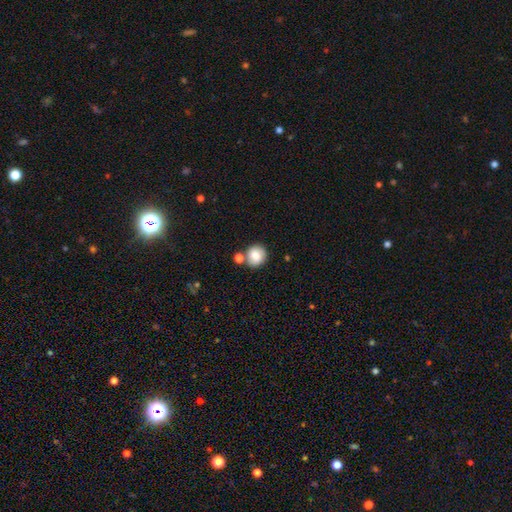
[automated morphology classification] Q: Smooth or featured?
A: smooth (81%); runner-up: featured or disk (10%)
Q: How rounded?
A: round (86%); runner-up: in between (13%)
Q: Merging?
A: none (67%); runner-up: merger (18%)